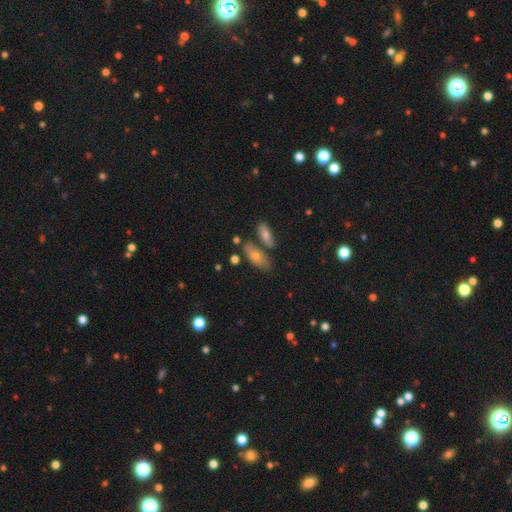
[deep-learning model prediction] smooth_or_featured: smooth (p=0.59) [alt: featured or disk p=0.31]
how_rounded: in between (p=0.73) [alt: cigar-shaped p=0.22]
merging: none (p=0.62) [alt: merger p=0.20]